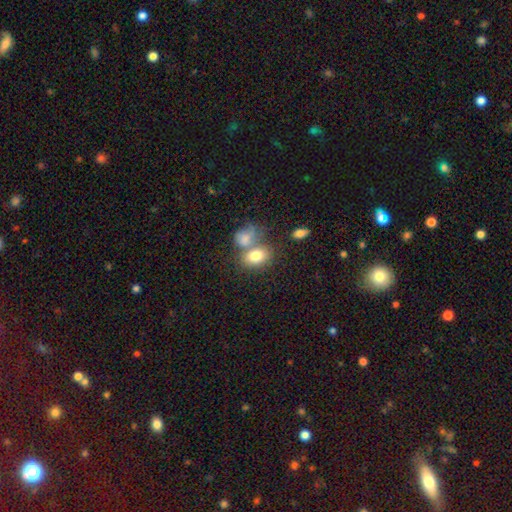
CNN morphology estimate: type=smooth (78%); roundness=in between (75%); merging=merger (41%, tied with none).